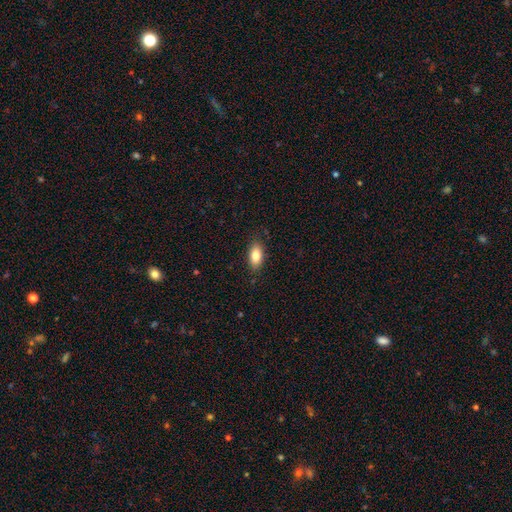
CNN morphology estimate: Q: Smooth or featured?
A: smooth (83%); runner-up: featured or disk (9%)
Q: How rounded?
A: in between (90%); runner-up: cigar-shaped (6%)
Q: Merging?
A: none (85%); runner-up: minor disturbance (11%)